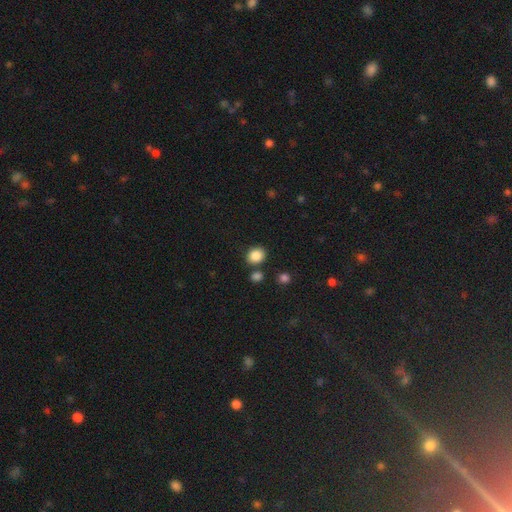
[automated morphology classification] smooth 86%, star or artifact 10%, featured or disk 4%. Down the decision tree: how rounded — round (58%); merging — none (77%).